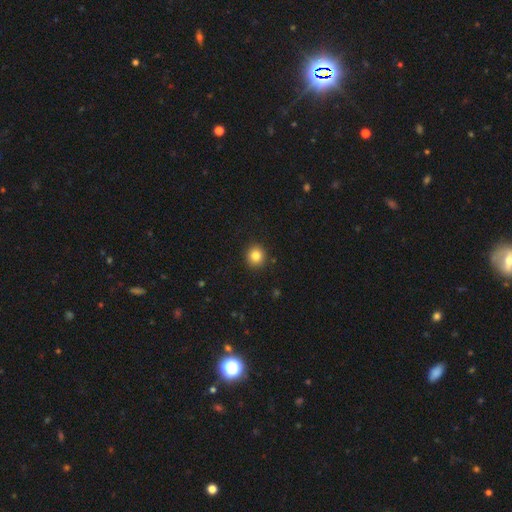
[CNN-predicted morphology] Smooth or featured?
  - smooth: 84% *
  - star or artifact: 10%
  - featured or disk: 6%
How rounded?
  - round: 89% *
  - in between: 10%
  - cigar-shaped: 1%
Merging?
  - none: 92% *
  - minor disturbance: 5%
  - major disturbance: 2%
  - merger: 1%